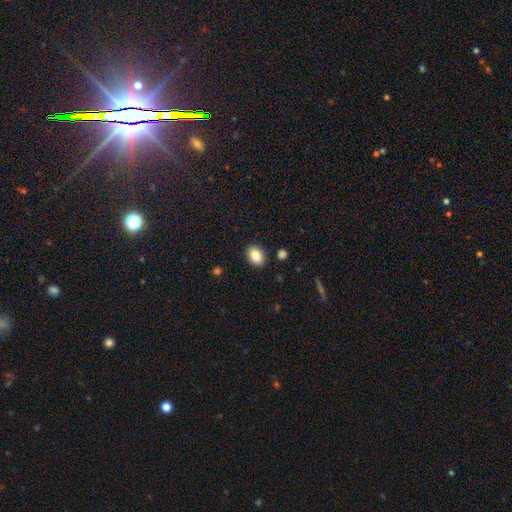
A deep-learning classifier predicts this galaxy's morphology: Smooth or featured? smooth (86%)
How rounded? in between (76%)
Merging? none (88%)